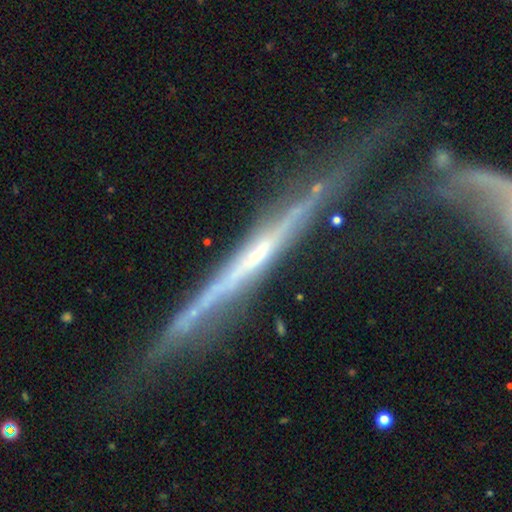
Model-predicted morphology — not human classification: A featured or disk galaxy (79%) viewed edge-on (92%) with no central bulge (60%). Merging: none (67%).